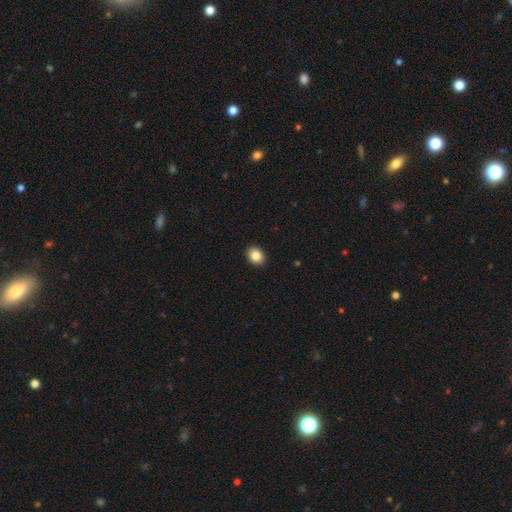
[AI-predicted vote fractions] This is clearly a smooth galaxy (86%). How rounded: possibly in between (56%). Merging: clearly none (91%).